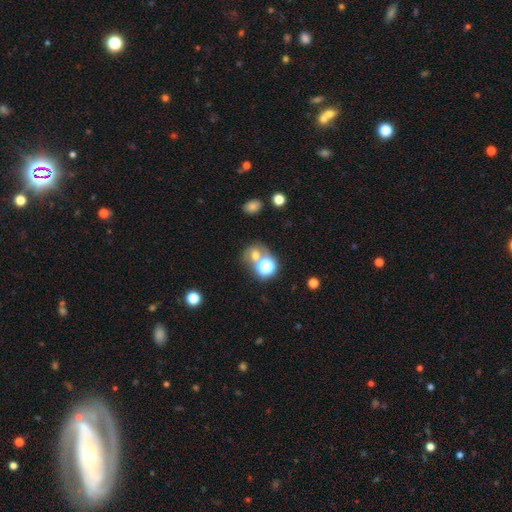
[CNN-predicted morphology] type=smooth (56%); roundness=round (69%); merging=none (47%).